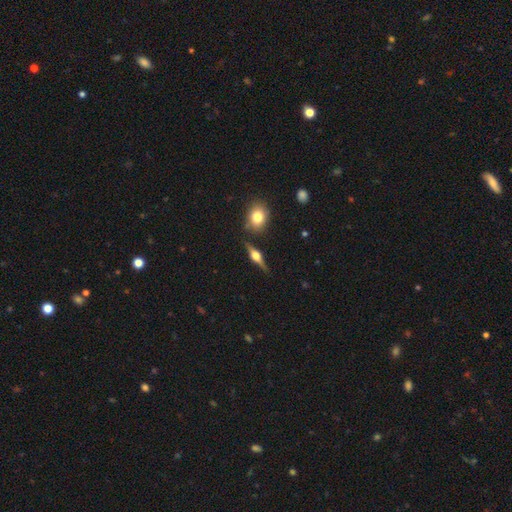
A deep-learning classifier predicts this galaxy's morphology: Q: Smooth or featured?
A: featured or disk (74%); runner-up: smooth (19%)
Q: Edge-on disk?
A: yes (96%); runner-up: no (4%)
Q: Edge-on bulge?
A: rounded (93%); runner-up: boxy (5%)
Q: Merging?
A: none (82%); runner-up: minor disturbance (10%)